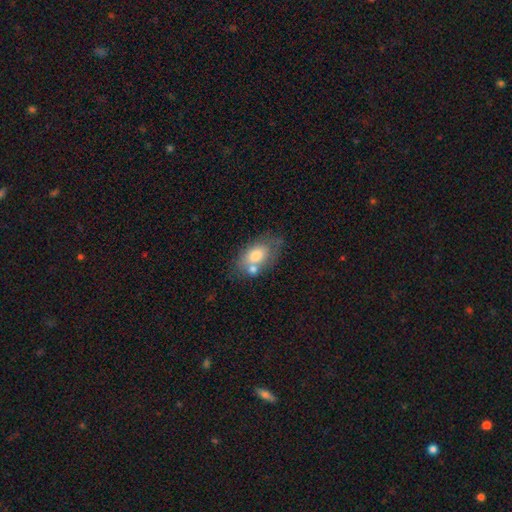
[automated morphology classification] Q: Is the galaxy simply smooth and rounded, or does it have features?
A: smooth — 70%.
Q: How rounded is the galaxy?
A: in between — 90%.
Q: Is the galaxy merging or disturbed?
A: none — 53%.